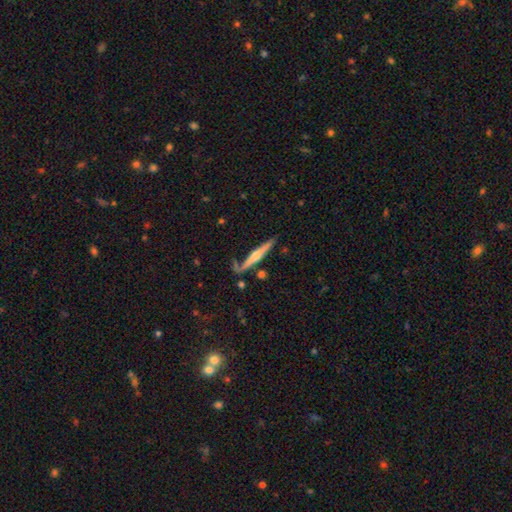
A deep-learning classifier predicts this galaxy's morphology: Smooth or featured?
  - featured or disk: 66% *
  - smooth: 28%
  - star or artifact: 6%
Edge-on disk?
  - yes: 96% *
  - no: 4%
Edge-on bulge?
  - rounded: 76% *
  - none: 15%
  - boxy: 9%
Merging?
  - none: 74% *
  - minor disturbance: 15%
  - merger: 7%
  - major disturbance: 4%